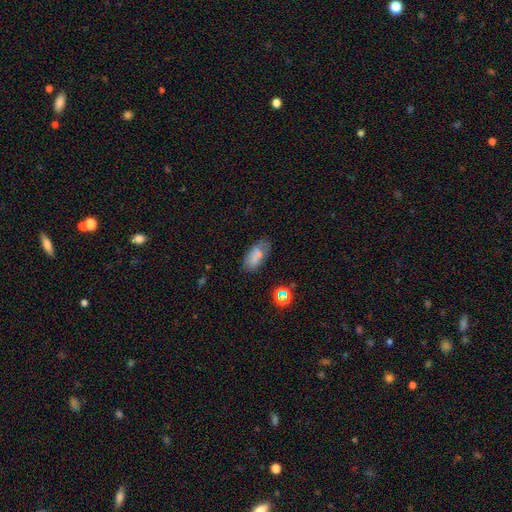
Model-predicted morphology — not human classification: type=smooth (69%); roundness=in between (90%); merging=none (62%).